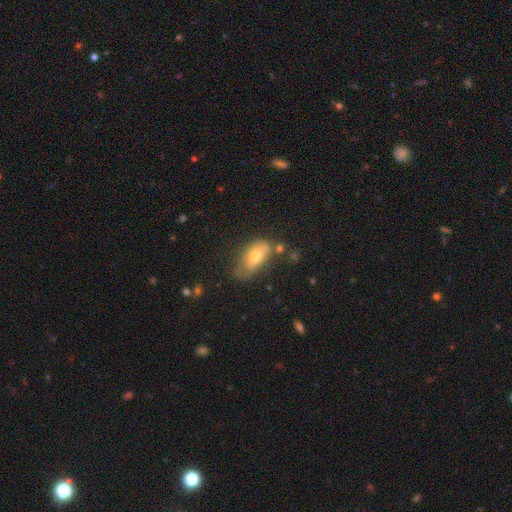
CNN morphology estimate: type=smooth (63%); roundness=in between (88%); merging=none (46%).